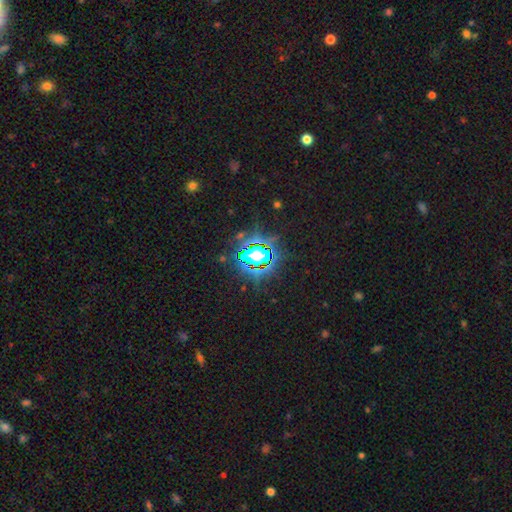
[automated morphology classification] Smooth or featured?
  - star or artifact: 74% *
  - smooth: 15%
  - featured or disk: 11%